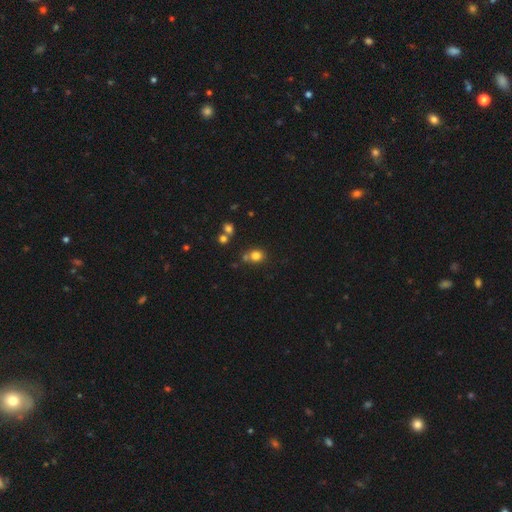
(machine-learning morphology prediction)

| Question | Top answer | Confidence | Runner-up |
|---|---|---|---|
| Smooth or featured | smooth | 79% | star or artifact (14%) |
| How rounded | round | 77% | in between (22%) |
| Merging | none | 65% | merger (18%) |